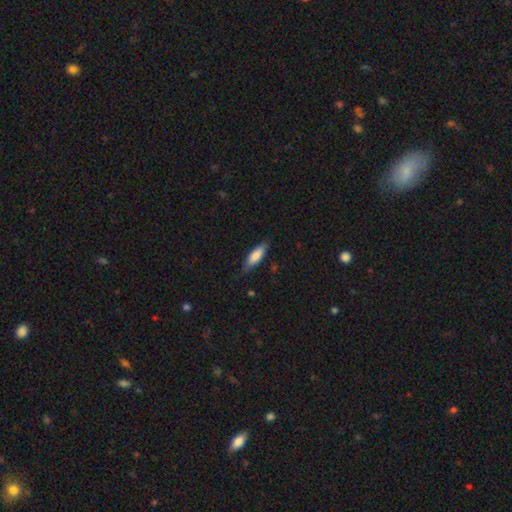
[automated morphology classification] This is clearly a smooth galaxy (80%). How rounded: possibly in between (52%). Merging: likely none (80%).